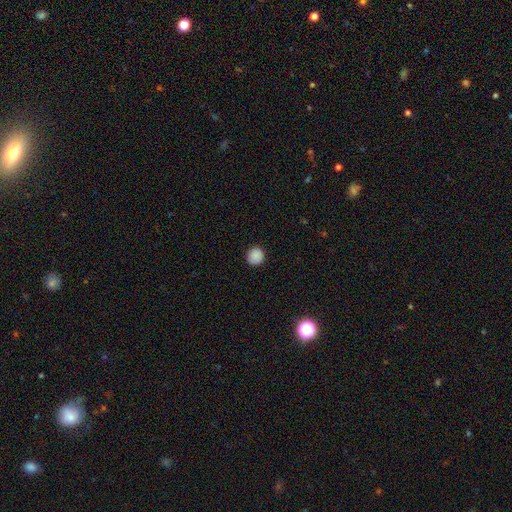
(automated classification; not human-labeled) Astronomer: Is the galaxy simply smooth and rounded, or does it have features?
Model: smooth — 88%.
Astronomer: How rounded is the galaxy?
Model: round — 93%.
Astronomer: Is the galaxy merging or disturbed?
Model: none — 91%.